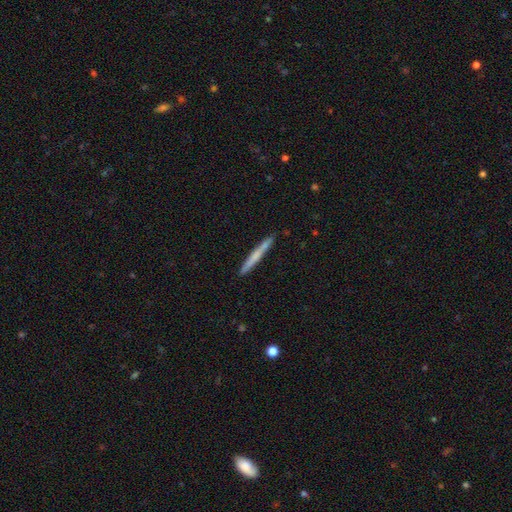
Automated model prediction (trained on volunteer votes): Q: Smooth or featured?
A: smooth (56%); runner-up: featured or disk (39%)
Q: How rounded?
A: cigar-shaped (97%); runner-up: in between (2%)
Q: Merging?
A: none (89%); runner-up: minor disturbance (8%)